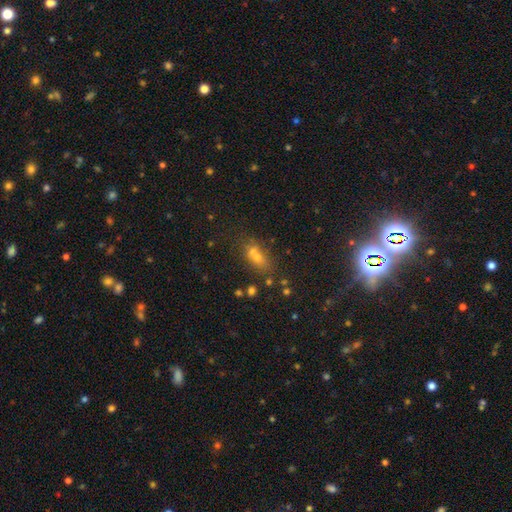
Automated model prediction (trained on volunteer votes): Smooth or featured? smooth (52%)
How rounded? in between (60%)
Merging? none (46%)